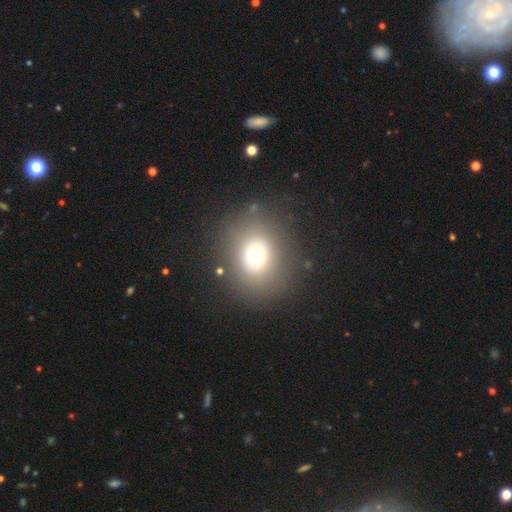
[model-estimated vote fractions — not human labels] This is likely a smooth galaxy (70%). How rounded: likely round (67%). Merging: likely none (79%).